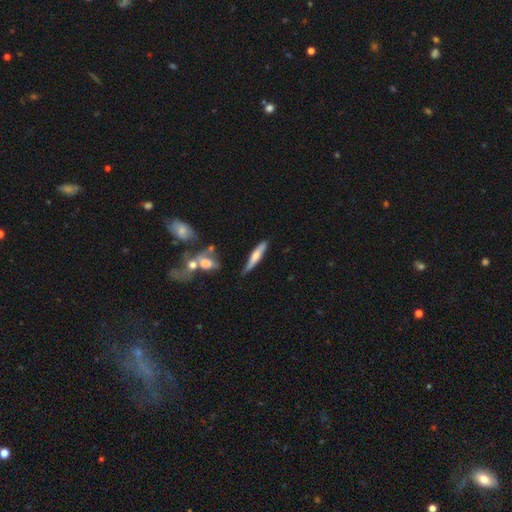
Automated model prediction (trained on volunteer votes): Smooth or featured: smooth — 53% (featured or disk — 41%)
How rounded: cigar-shaped — 85% (in between — 14%)
Merging: none — 71% (minor disturbance — 19%)